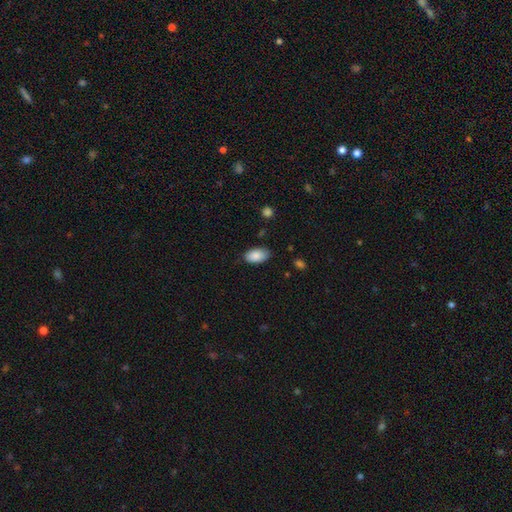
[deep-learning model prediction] Morphology: type=smooth (88%); roundness=in between (95%); merging=none (80%).